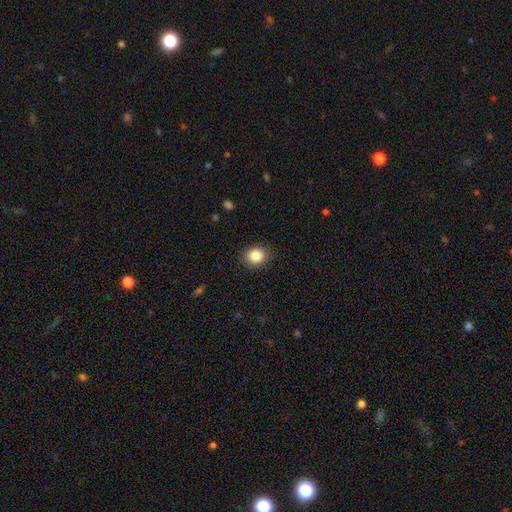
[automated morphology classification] The model was most divided on "how rounded": round: 67%, in between: 32%, cigar-shaped: 1%. More confident: merging — none (89%); smooth or featured — smooth (85%).